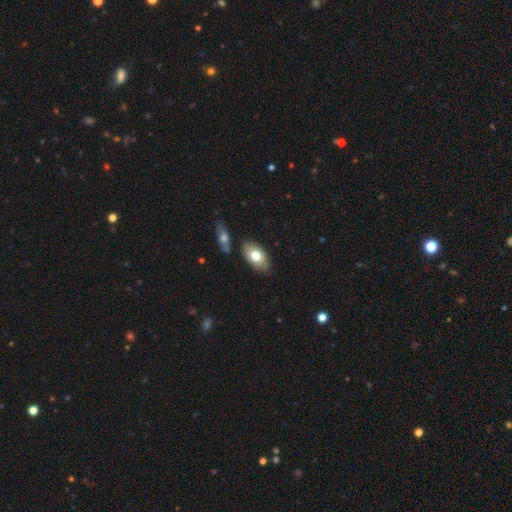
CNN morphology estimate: Q: Smooth or featured?
A: smooth (72%); runner-up: featured or disk (21%)
Q: How rounded?
A: in between (92%); runner-up: round (5%)
Q: Merging?
A: none (78%); runner-up: minor disturbance (12%)